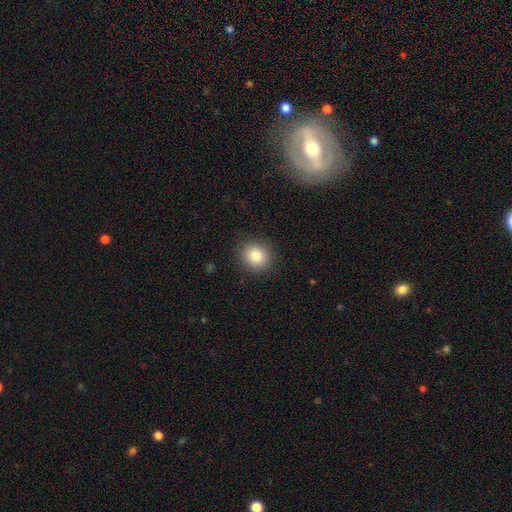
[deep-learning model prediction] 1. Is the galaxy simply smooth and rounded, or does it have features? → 85% smooth, 9% star or artifact, 5% featured or disk.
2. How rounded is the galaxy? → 83% round, 16% in between, 1% cigar-shaped.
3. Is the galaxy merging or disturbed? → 89% none, 8% minor disturbance, 3% major disturbance, 1% merger.